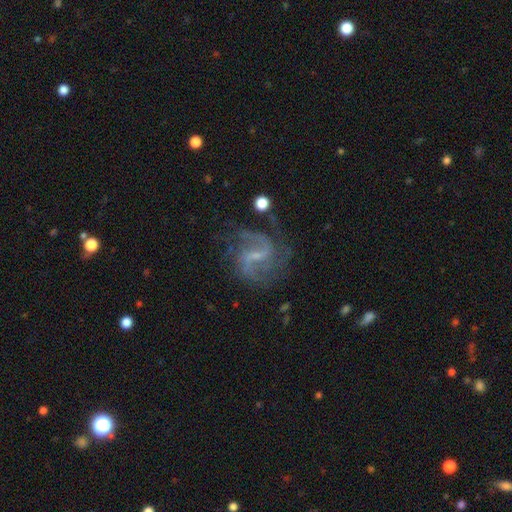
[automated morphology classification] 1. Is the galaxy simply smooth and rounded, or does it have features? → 87% featured or disk, 7% star or artifact, 6% smooth.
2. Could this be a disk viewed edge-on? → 98% no, 2% yes.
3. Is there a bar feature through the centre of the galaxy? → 55% weak, 29% strong, 16% no.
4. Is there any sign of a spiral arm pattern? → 96% yes, 4% no.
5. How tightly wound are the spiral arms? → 51% medium, 34% loose, 15% tight.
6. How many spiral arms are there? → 71% 2, 10% 3, 9% can't tell, 3% 1, 3% 4, 3% more than 4.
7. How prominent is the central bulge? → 62% small, 19% none, 17% moderate, 1% large, 1% dominant.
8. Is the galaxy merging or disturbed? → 69% none, 17% minor disturbance, 11% major disturbance, 3% merger.